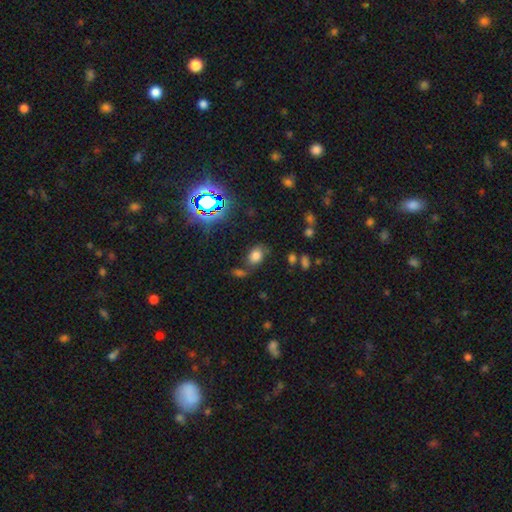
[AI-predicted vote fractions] A smooth galaxy with no disk features (70%) that is in between round and cigar-shaped (74%). Merging: none (64%).